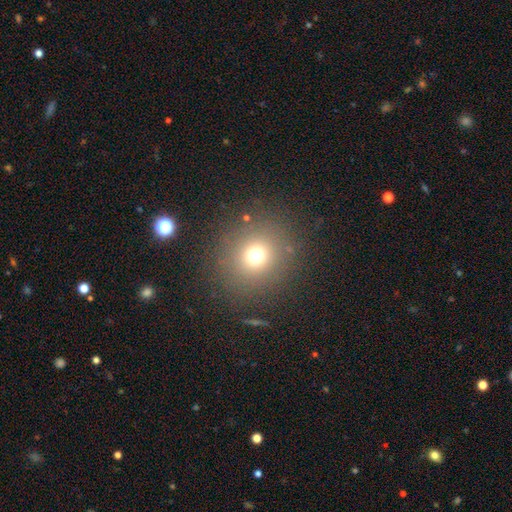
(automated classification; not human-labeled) Smooth or featured?
  - smooth: 70% *
  - star or artifact: 21%
  - featured or disk: 9%
How rounded?
  - round: 89% *
  - in between: 10%
  - cigar-shaped: 1%
Merging?
  - none: 86% *
  - minor disturbance: 7%
  - major disturbance: 5%
  - merger: 2%